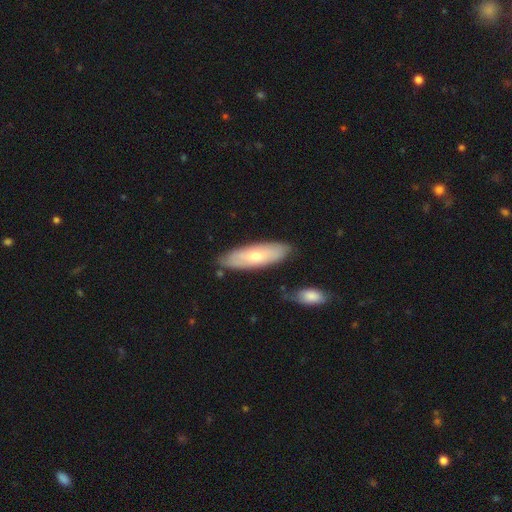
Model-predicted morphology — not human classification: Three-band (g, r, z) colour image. It shows a smooth galaxy with no disk features (56%) that is in between round and cigar-shaped (58%). Merging: none (80%).